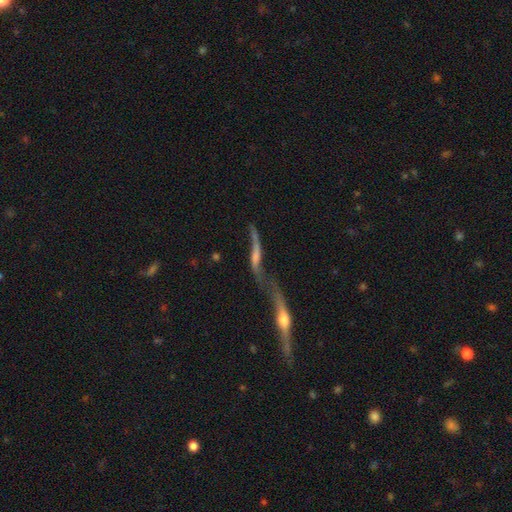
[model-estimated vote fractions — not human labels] This is likely a featured or disk galaxy (67%). It is possibly viewed edge-on (55%). Merging: possibly merger (58%).